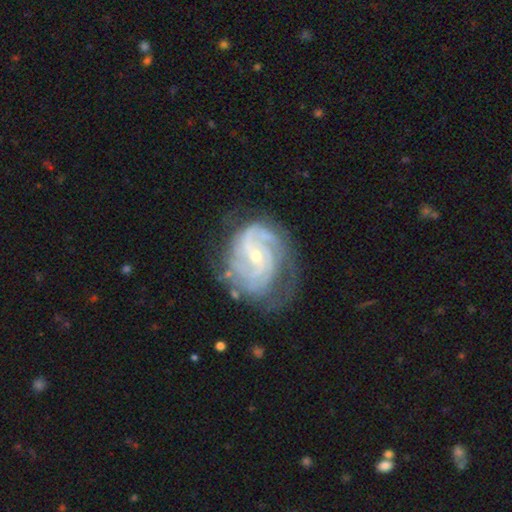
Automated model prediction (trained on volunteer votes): This is clearly a featured or disk galaxy (90%). It is clearly not viewed edge-on (98%). Bar: possibly no (47%). Spiral arm pattern: clearly yes (98%). Spiral arm count: marginally 2 (30%). Spiral winding: likely tight (61%). Central bulge: likely small (67%). Merging: likely none (64%).